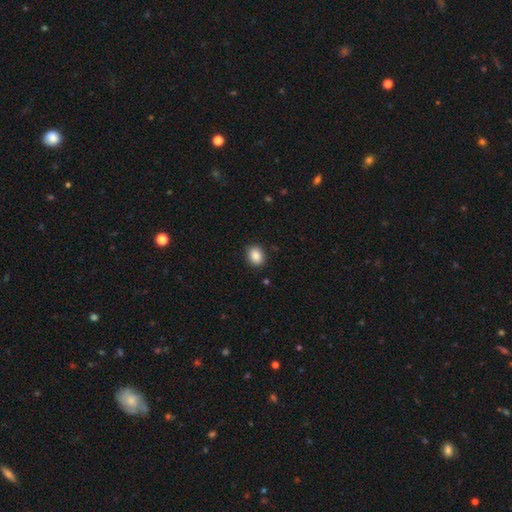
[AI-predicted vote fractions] Smooth or featured: smooth — 88% (star or artifact — 8%)
How rounded: in between — 54% (round — 45%)
Merging: none — 87% (minor disturbance — 10%)